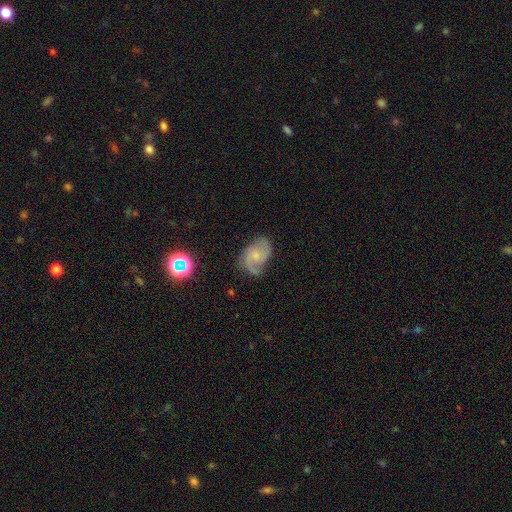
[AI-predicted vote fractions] Overall: featured or disk (77%). Edge-on disk: no (98%). Bar: no (63%; weak 33%). Spiral arms: yes (95%). Spiral arm count: 2 (84%). Spiral winding: medium (49%; loose 33%). Bulge size: small (59%; moderate 26%). Merging: none (66%).